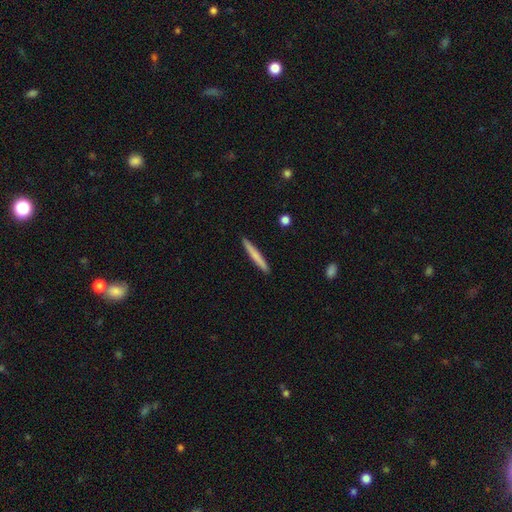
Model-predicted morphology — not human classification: Overall: smooth (69%). How rounded: cigar-shaped (97%). Merging: none (92%).